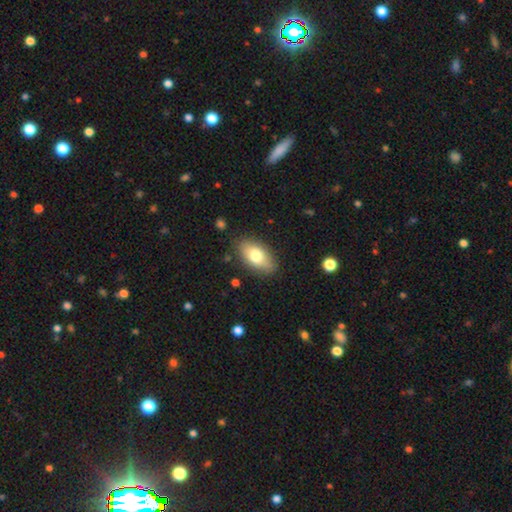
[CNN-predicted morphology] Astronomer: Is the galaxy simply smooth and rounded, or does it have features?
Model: smooth — 75%.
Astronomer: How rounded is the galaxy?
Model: in between — 91%.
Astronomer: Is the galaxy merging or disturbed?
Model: none — 85%.